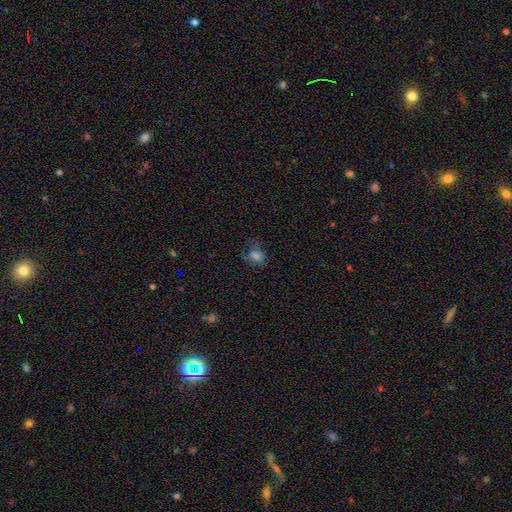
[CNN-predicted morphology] Q: Smooth or featured?
A: smooth (64%); runner-up: star or artifact (23%)
Q: How rounded?
A: in between (61%); runner-up: round (37%)
Q: Merging?
A: none (57%); runner-up: minor disturbance (24%)